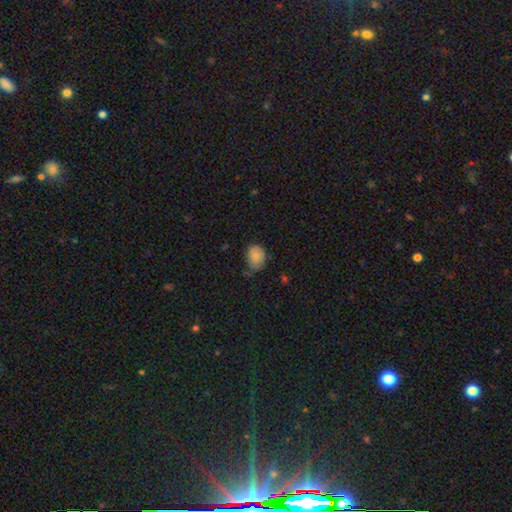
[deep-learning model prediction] This appears to be a smooth galaxy with no disk features (83%) that is in between round and cigar-shaped (56%). Merging: none (59%).